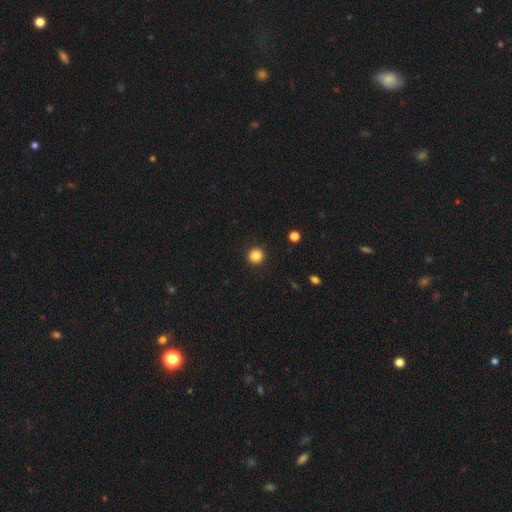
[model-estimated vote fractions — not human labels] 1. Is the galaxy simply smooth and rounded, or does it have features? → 85% smooth, 11% star or artifact, 4% featured or disk.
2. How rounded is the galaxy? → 94% round, 5% in between, 1% cigar-shaped.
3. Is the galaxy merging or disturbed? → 93% none, 4% minor disturbance, 2% major disturbance, 1% merger.